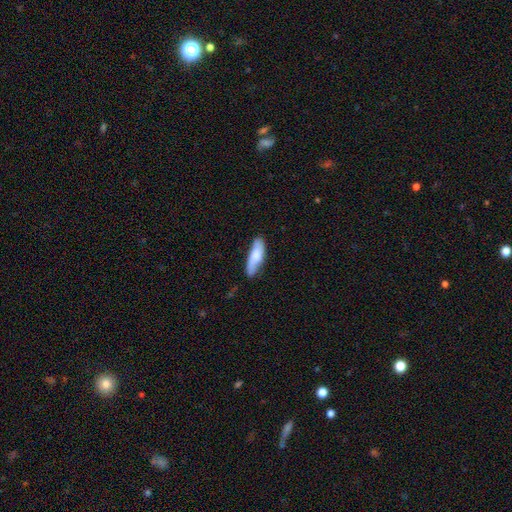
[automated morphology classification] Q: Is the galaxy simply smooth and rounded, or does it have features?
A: smooth — 72%.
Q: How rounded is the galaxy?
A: cigar-shaped — 50%.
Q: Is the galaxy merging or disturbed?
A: none — 76%.